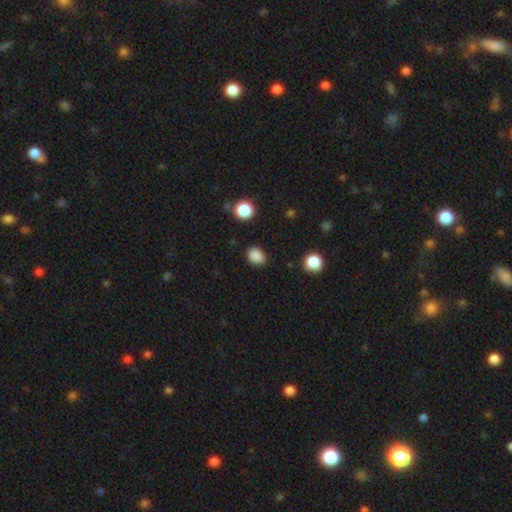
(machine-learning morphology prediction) Smooth or featured? smooth (86%)
How rounded? in between (56%)
Merging? none (81%)